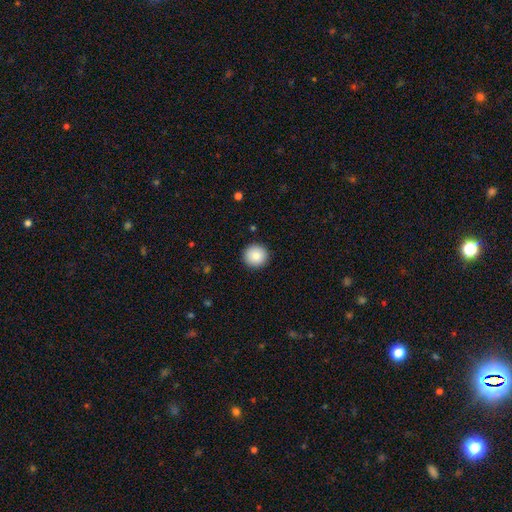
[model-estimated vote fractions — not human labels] Overall: smooth (86%). How rounded: round (95%). Merging: none (92%).